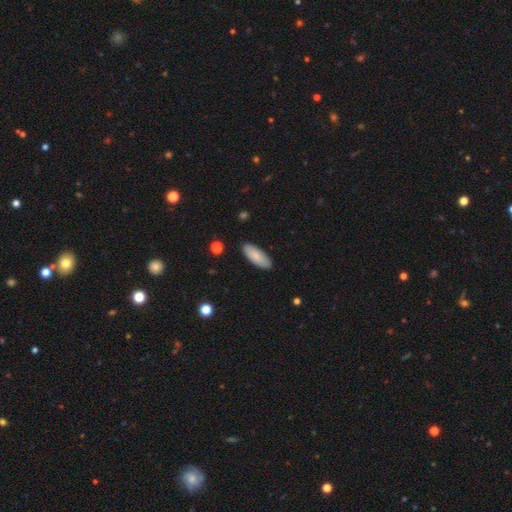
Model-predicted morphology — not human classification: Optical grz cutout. It shows a smooth galaxy with no disk features (86%) that is in between round and cigar-shaped (79%). Merging: none (88%).